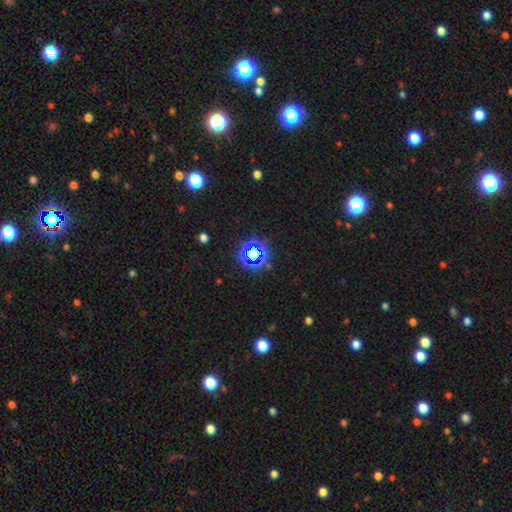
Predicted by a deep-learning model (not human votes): Smooth or featured? star or artifact (71%)